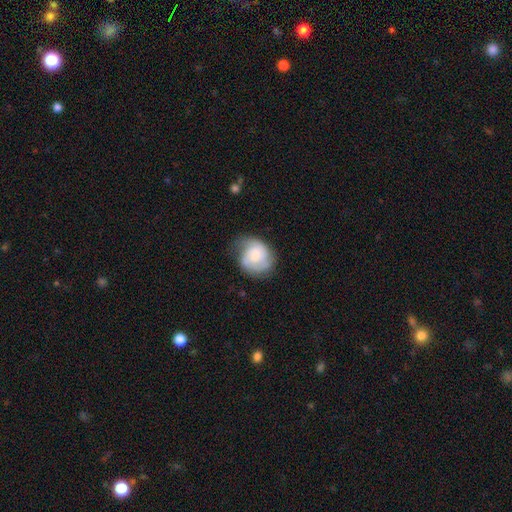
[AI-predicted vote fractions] smooth-or-featured: featured or disk: 49% | smooth: 44% | star or artifact: 7%
  merging: none: 53% | minor disturbance: 31% | major disturbance: 14% | merger: 2%